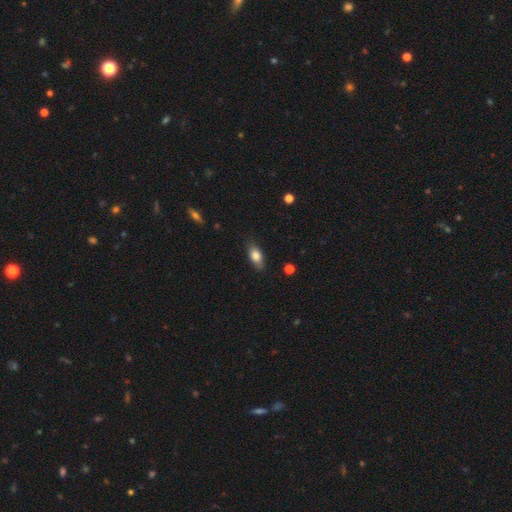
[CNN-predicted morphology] The model was most divided on "smooth or featured": smooth: 79%, featured or disk: 13%, star or artifact: 7%. More confident: how rounded — in between (85%); merging — none (83%).